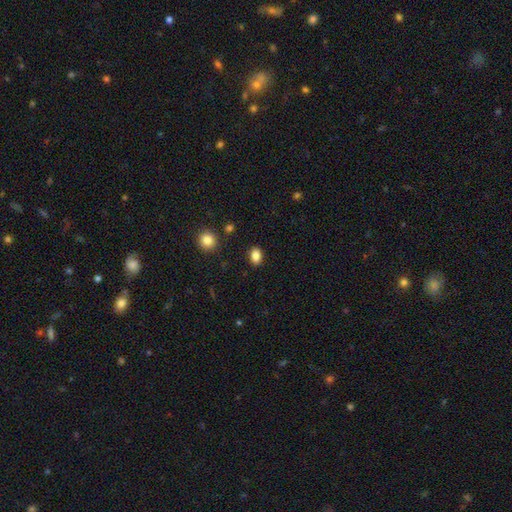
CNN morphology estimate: Smooth or featured?
  - smooth: 85% *
  - star or artifact: 10%
  - featured or disk: 5%
How rounded?
  - in between: 77% *
  - round: 22%
  - cigar-shaped: 2%
Merging?
  - none: 87% *
  - minor disturbance: 9%
  - major disturbance: 2%
  - merger: 2%